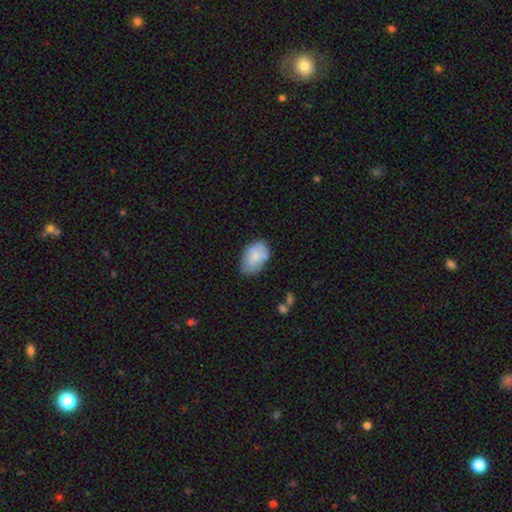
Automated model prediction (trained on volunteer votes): This appears to be a smooth galaxy with no disk features (74%) that is in between round and cigar-shaped (89%). Merging: none (60%).